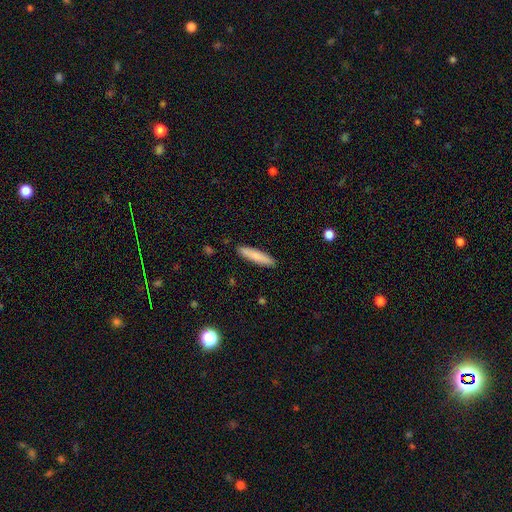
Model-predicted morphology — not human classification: smooth 82%, featured or disk 12%, star or artifact 6%. Down the decision tree: how rounded — cigar-shaped (86%); merging — none (91%).